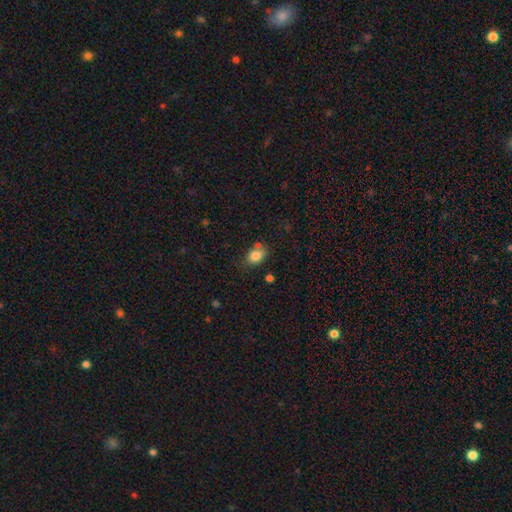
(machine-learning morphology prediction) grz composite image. It shows a smooth galaxy with no disk features (82%) that is in between round and cigar-shaped (69%). Merging: none (61%).